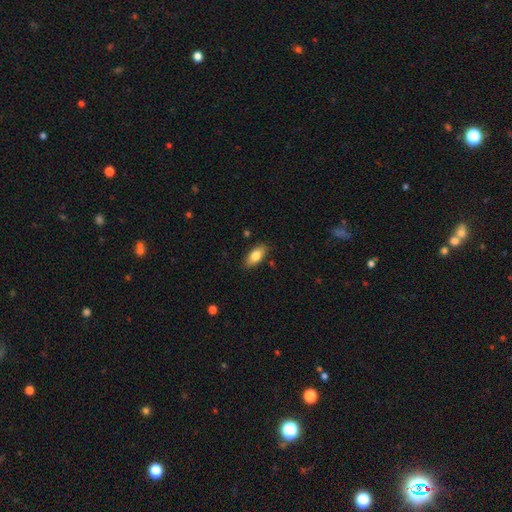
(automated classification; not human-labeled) This is likely a smooth galaxy (80%). How rounded: clearly in between (86%). Merging: clearly none (85%).